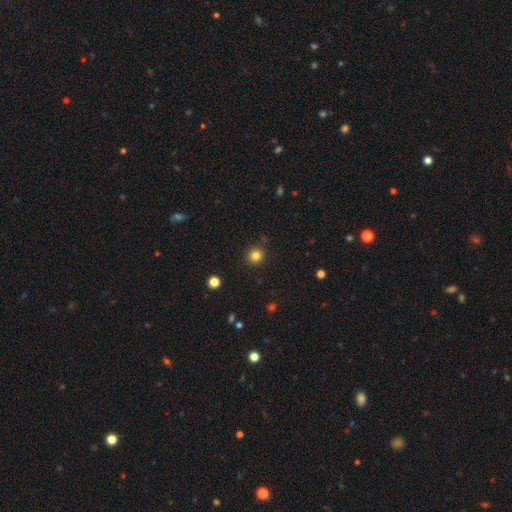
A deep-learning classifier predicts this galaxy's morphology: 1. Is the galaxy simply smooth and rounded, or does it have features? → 82% smooth, 13% star or artifact, 5% featured or disk.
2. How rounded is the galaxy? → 90% round, 9% in between, 1% cigar-shaped.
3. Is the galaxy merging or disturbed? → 90% none, 6% minor disturbance, 2% major disturbance, 2% merger.